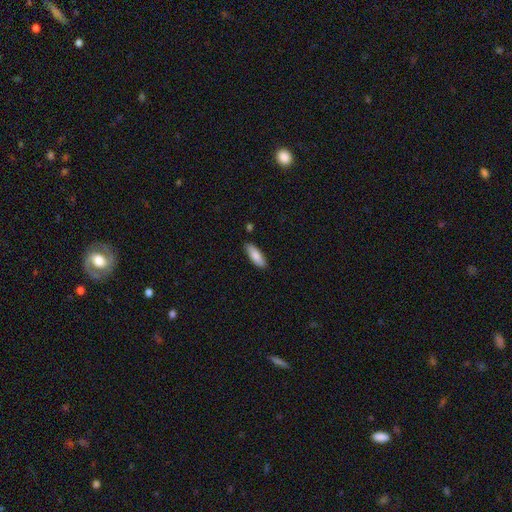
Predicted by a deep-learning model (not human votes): Morphology: type=smooth (84%); roundness=in between (64%); merging=none (85%).